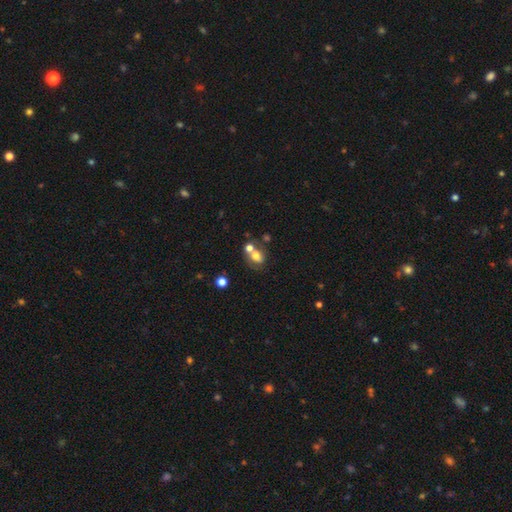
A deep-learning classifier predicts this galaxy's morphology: Smooth or featured? smooth (64%)
How rounded? in between (53%)
Merging? merger (51%)